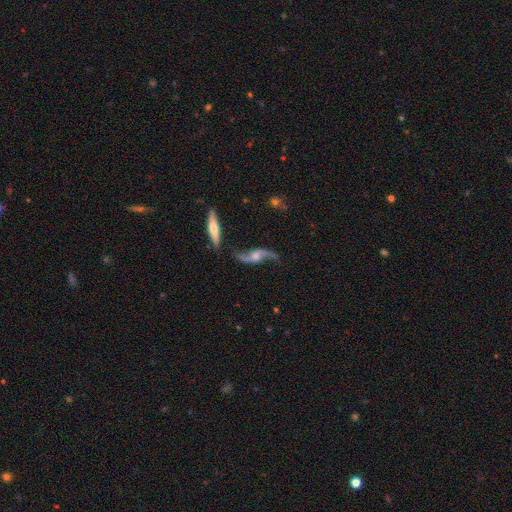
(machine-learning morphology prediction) smooth_or_featured: featured or disk (p=0.88) [alt: smooth p=0.07]
disk_edge_on: no (p=0.85) [alt: yes p=0.15]
bar: no (p=0.57) [alt: weak p=0.34]
has_spiral_arms: yes (p=0.95) [alt: no p=0.05]
spiral_winding: loose (p=0.92) [alt: medium p=0.06]
spiral_arm_count: 2 (p=0.94) [alt: 1 p=0.02]
bulge_size: moderate (p=0.41) [alt: small p=0.32]
merging: none (p=0.70) [alt: minor disturbance p=0.17]